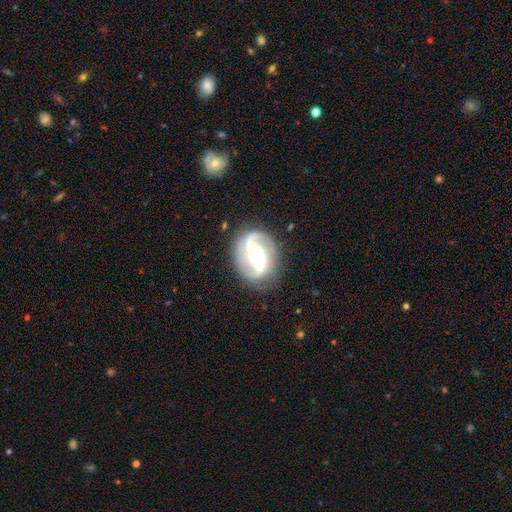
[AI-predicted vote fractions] A featured or disk galaxy (84%) with a strong bar (69%), 2 (89%) loose (53%) spiral arms (88%) and a moderate central bulge (47%).

Vote fractions:
- Smooth or featured? featured or disk: 84% / smooth: 9% / star or artifact: 6%
- Edge-on disk? no: 95% / yes: 5%
- Bar? strong: 69% / weak: 22% / no: 9%
- Spiral arms? yes: 88% / no: 12%
- Spiral winding? loose: 53% / medium: 34% / tight: 13%
- Spiral arm count? 2: 89% / 1: 4% / can't tell: 4% / 3: 2% / 4: 1% / more than 4: 1%
- Bulge size? moderate: 47% / small: 27% / large: 16% / none: 6% / dominant: 4%
- Merging? none: 78% / minor disturbance: 13% / major disturbance: 7% / merger: 2%